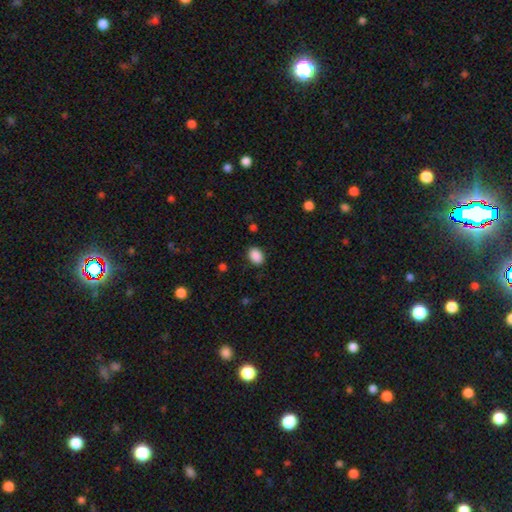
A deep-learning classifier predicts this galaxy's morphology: This appears to be a smooth galaxy with no disk features (89%) that is in between round and cigar-shaped (73%). Merging: none (87%).